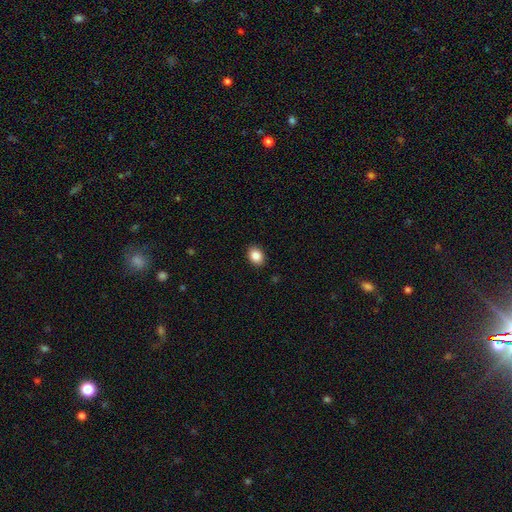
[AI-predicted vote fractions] smooth 87%, star or artifact 9%, featured or disk 4%. Down the decision tree: how rounded — in between (60%); merging — none (90%).